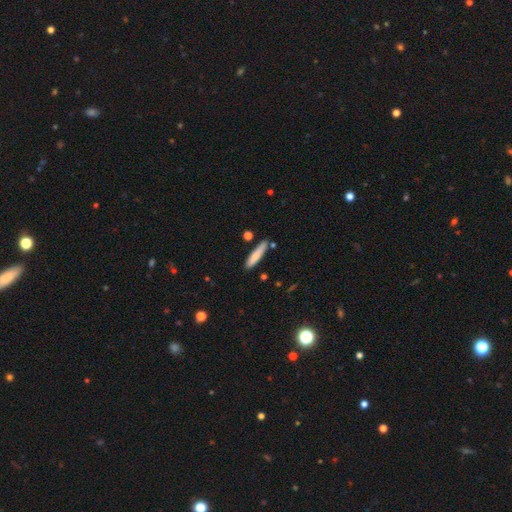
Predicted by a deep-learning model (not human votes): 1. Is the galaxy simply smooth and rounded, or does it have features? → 78% smooth, 16% featured or disk, 6% star or artifact.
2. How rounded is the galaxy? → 86% cigar-shaped, 12% in between, 1% round.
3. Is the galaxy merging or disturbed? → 81% none, 13% minor disturbance, 4% merger, 2% major disturbance.